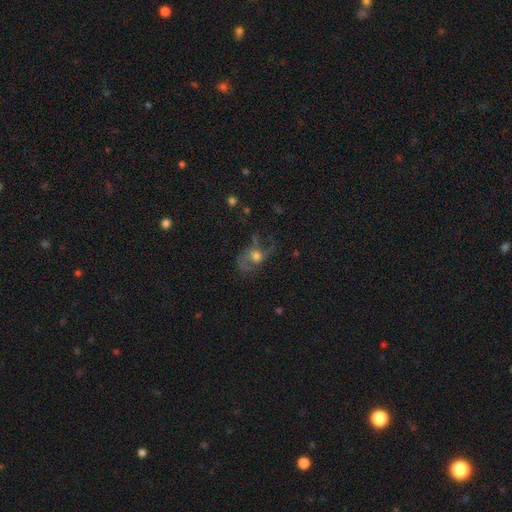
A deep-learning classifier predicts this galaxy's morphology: This is possibly a featured or disk galaxy (53%). It is clearly not viewed edge-on (94%). Bar: likely no (79%). Spiral arm pattern: likely yes (65%). Central bulge: possibly moderate (60%). Merging: marginally none (43%).